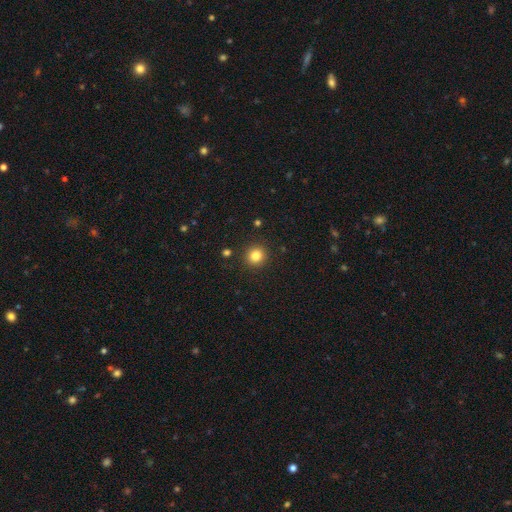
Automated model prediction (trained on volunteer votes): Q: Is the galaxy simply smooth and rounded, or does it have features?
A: smooth — 83%.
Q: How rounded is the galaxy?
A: round — 92%.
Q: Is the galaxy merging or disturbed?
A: none — 91%.